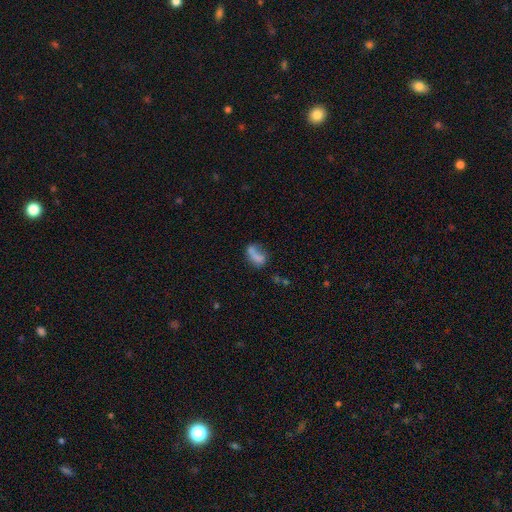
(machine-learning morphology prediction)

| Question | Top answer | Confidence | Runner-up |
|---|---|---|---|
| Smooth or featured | smooth | 65% | featured or disk (23%) |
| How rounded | in between | 75% | cigar-shaped (12%) |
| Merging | none | 35% | major disturbance (23%) |